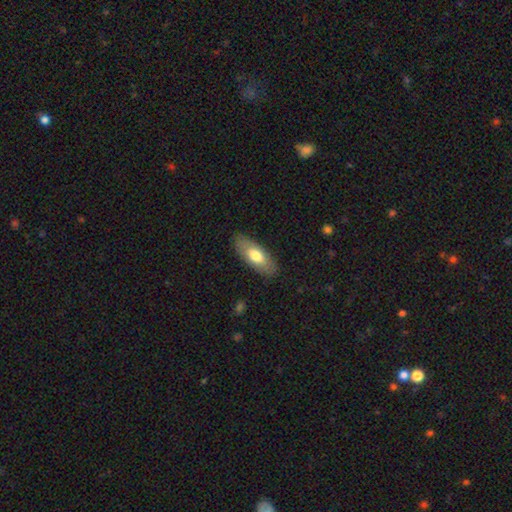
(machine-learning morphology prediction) smooth 68%, featured or disk 27%, star or artifact 5%. Down the decision tree: how rounded — in between (81%); merging — none (85%).